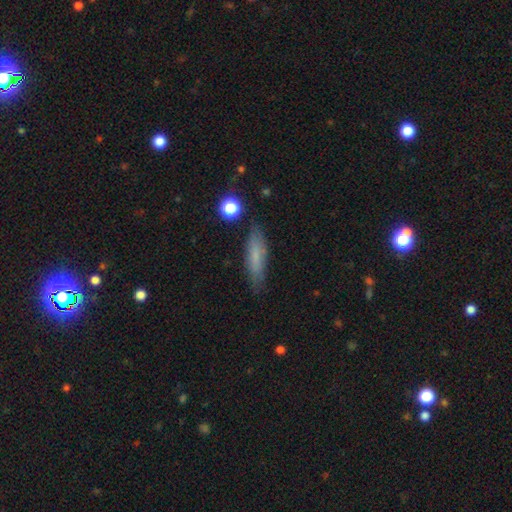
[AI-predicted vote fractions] Smooth or featured? Predicted: smooth (p=0.68). How rounded? Predicted: cigar-shaped (p=0.70). Merging? Predicted: none (p=0.81).